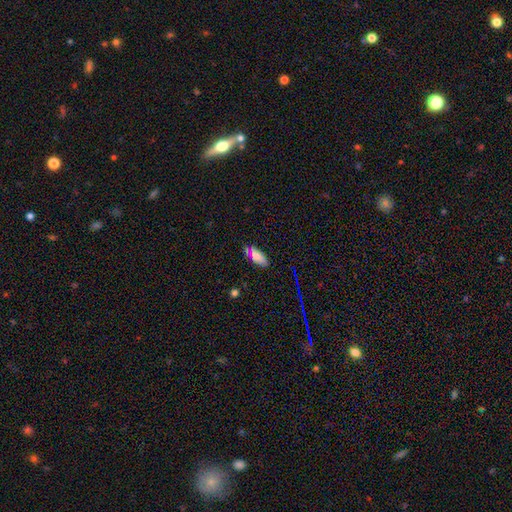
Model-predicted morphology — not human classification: Smooth or featured? smooth (74%)
How rounded? in between (76%)
Merging? none (69%)